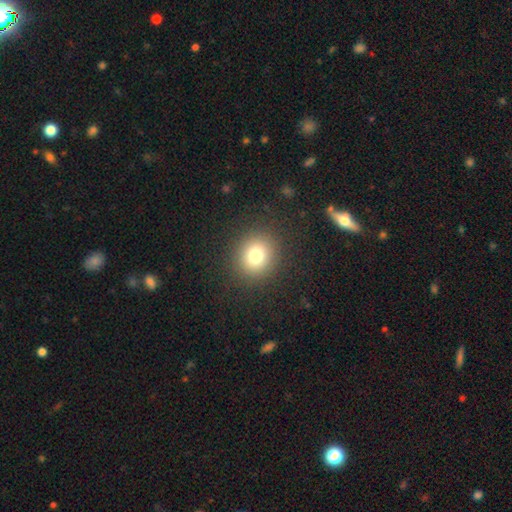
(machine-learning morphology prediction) This appears to be a smooth galaxy with no disk features (77%) that is round (81%). Merging: none (90%).